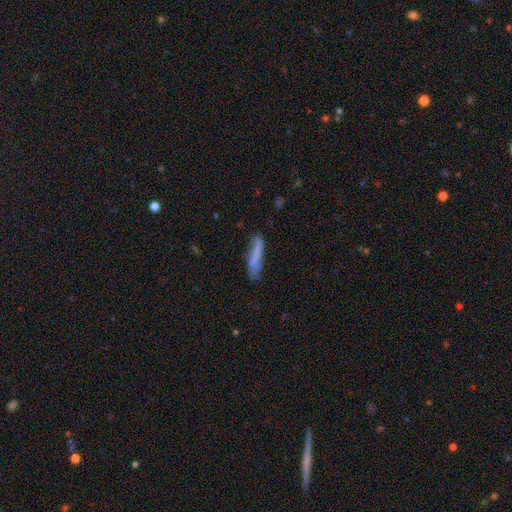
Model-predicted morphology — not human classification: Q: Smooth or featured?
A: smooth (58%); runner-up: featured or disk (34%)
Q: How rounded?
A: cigar-shaped (86%); runner-up: in between (12%)
Q: Merging?
A: none (59%); runner-up: minor disturbance (27%)